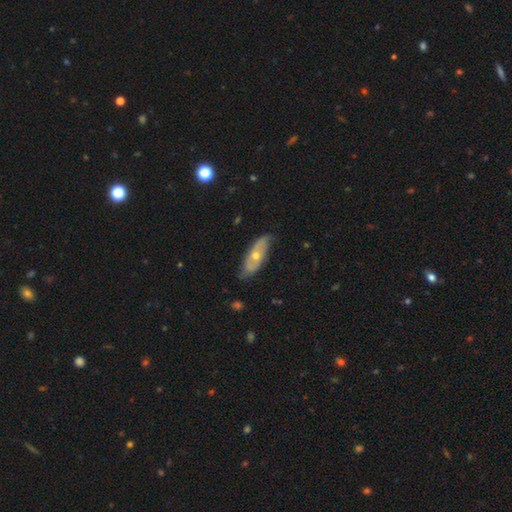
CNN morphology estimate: Smooth or featured: featured or disk — 58% (smooth — 36%)
Edge-on disk: no — 70% (yes — 30%)
Merging: none — 73% (minor disturbance — 21%)